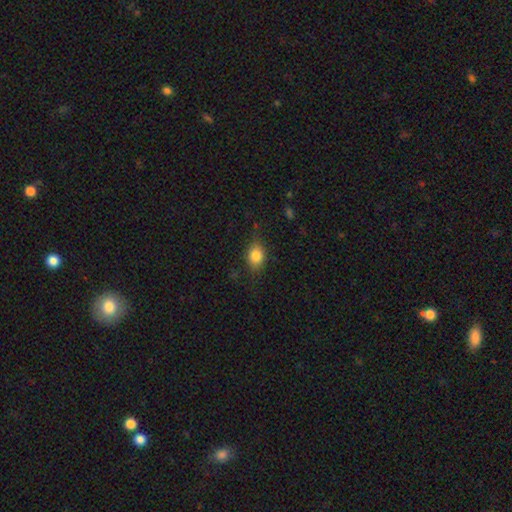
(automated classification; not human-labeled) Morphology: type=smooth (82%); roundness=in between (60%); merging=none (75%).